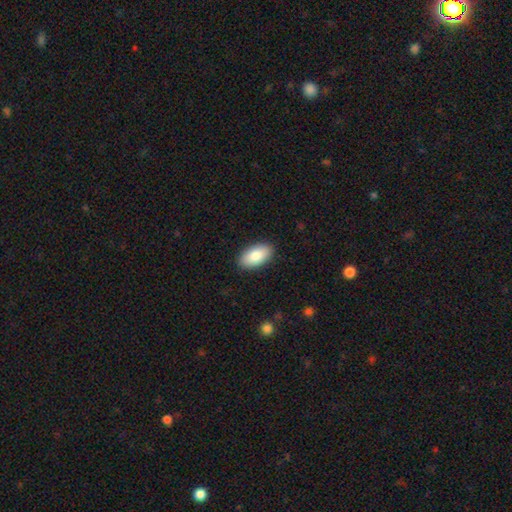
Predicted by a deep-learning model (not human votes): A smooth galaxy with no disk features (86%) that is in between round and cigar-shaped (95%).

Vote fractions:
- Smooth or featured? smooth: 86% / featured or disk: 8% / star or artifact: 6%
- How rounded? in between: 95% / round: 3% / cigar-shaped: 2%
- Merging? none: 89% / minor disturbance: 8% / major disturbance: 2% / merger: 1%